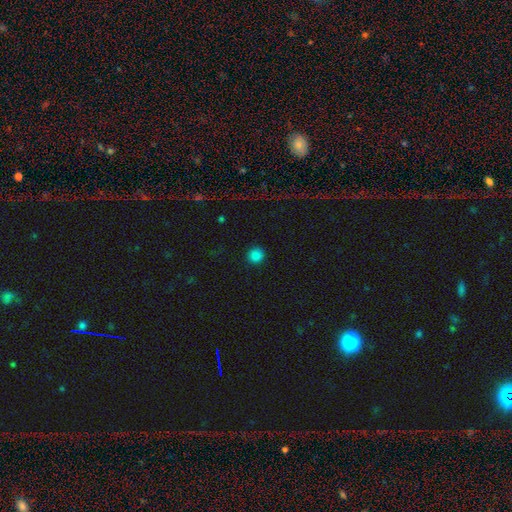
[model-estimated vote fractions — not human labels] This is clearly a smooth galaxy (84%). How rounded: clearly round (93%). Merging: clearly none (92%).